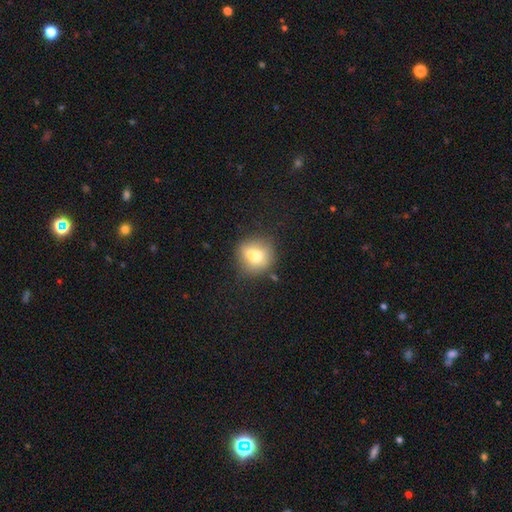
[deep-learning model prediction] Smooth or featured? smooth (68%)
How rounded? round (84%)
Merging? none (62%)